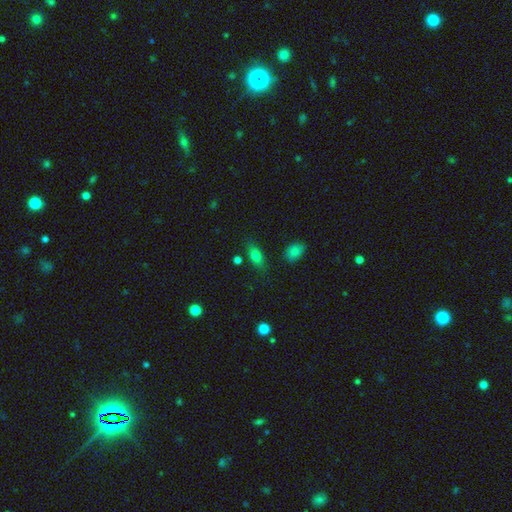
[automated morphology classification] The model was most divided on "merging": none: 77%, minor disturbance: 15%, merger: 4%, major disturbance: 4%. More confident: how rounded — in between (80%); smooth or featured — smooth (77%).